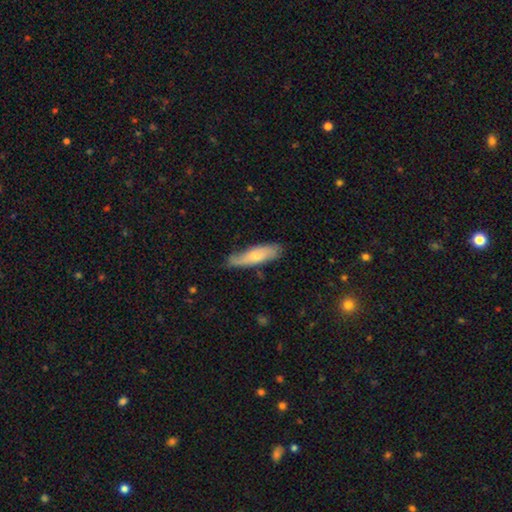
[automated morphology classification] smooth 59%, featured or disk 35%, star or artifact 6%. Down the decision tree: how rounded — cigar-shaped (61%); merging — none (67%).